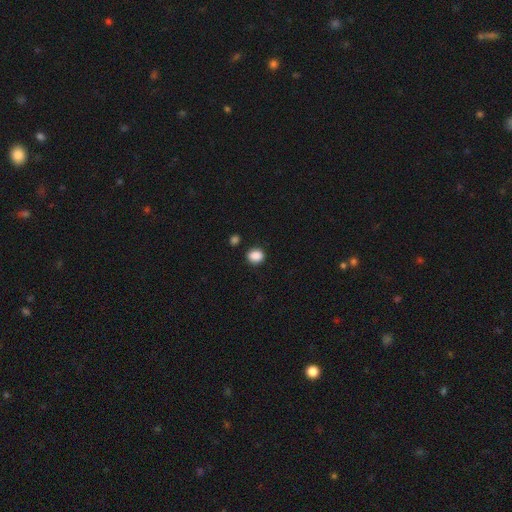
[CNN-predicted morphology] This is clearly a smooth galaxy (88%). How rounded: likely round (64%). Merging: clearly none (86%).